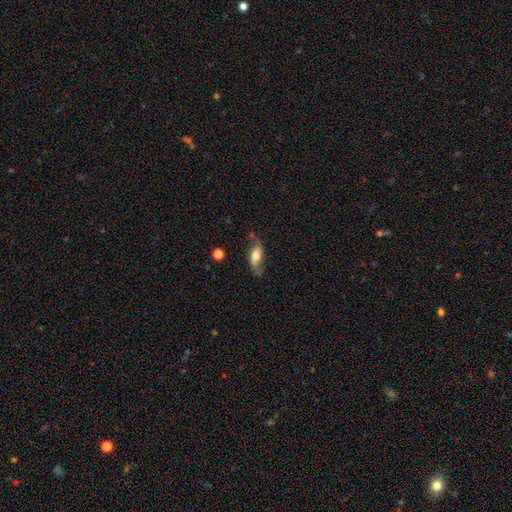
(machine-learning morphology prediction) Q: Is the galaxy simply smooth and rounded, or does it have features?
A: featured or disk — 53%.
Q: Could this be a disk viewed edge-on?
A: no — 81%.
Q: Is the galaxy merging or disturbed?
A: none — 62%.